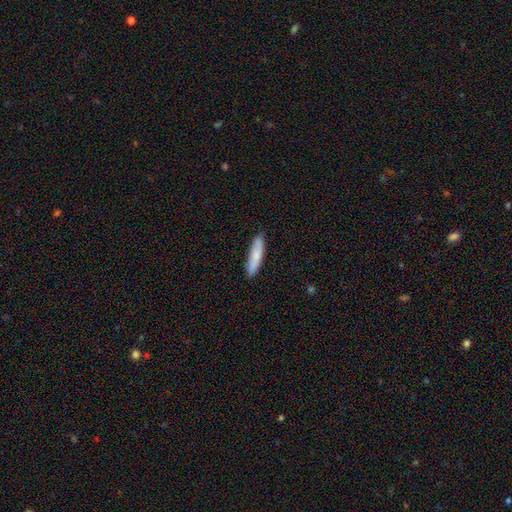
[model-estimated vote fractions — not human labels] Smooth or featured?
  - smooth: 80% *
  - featured or disk: 15%
  - star or artifact: 6%
How rounded?
  - cigar-shaped: 79% *
  - in between: 20%
  - round: 1%
Merging?
  - none: 86% *
  - minor disturbance: 11%
  - major disturbance: 2%
  - merger: 1%